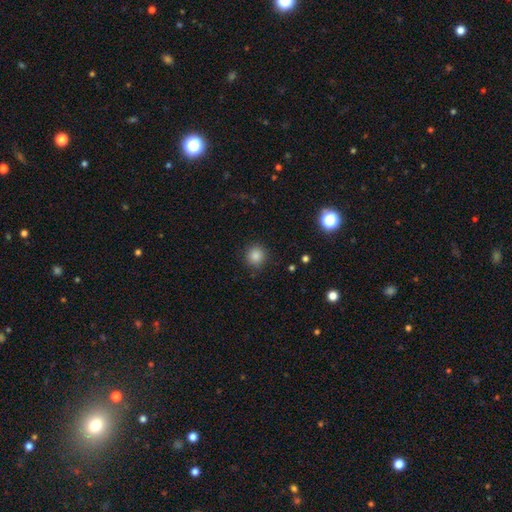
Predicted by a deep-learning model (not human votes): Smooth or featured? Predicted: smooth (p=0.85). How rounded? Predicted: round (p=0.92). Merging? Predicted: none (p=0.89).